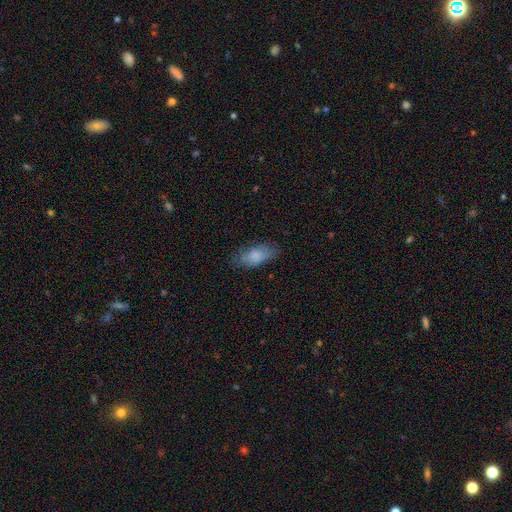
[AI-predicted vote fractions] Morphology: type=smooth (76%); roundness=in between (88%); merging=none (67%).